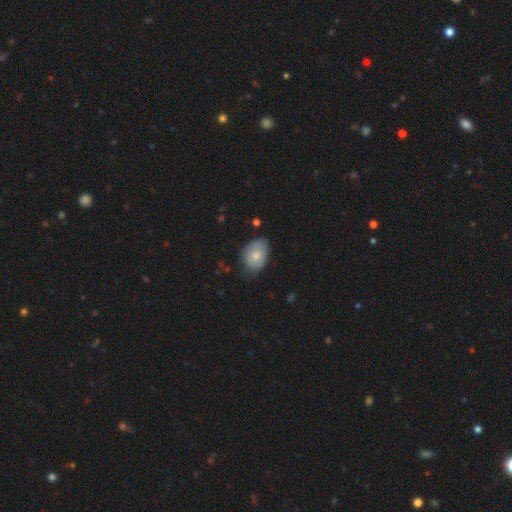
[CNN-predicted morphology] smooth-or-featured: smooth: 70% | featured or disk: 23% | star or artifact: 7%
  how-rounded: in between: 73% | round: 26% | cigar-shaped: 1%
  merging: none: 58% | minor disturbance: 33% | major disturbance: 7% | merger: 2%